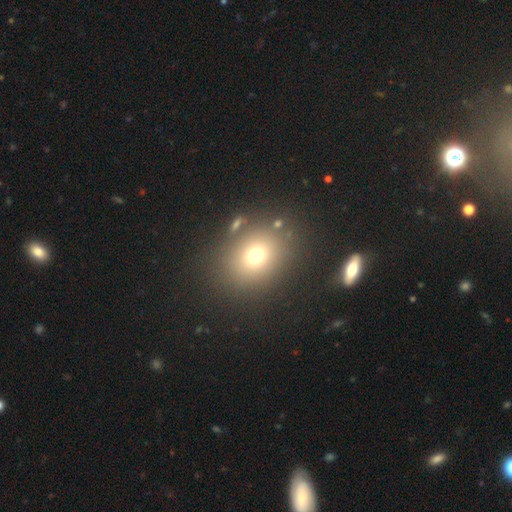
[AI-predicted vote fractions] This is likely a smooth galaxy (71%). How rounded: possibly round (59%). Merging: likely none (79%).